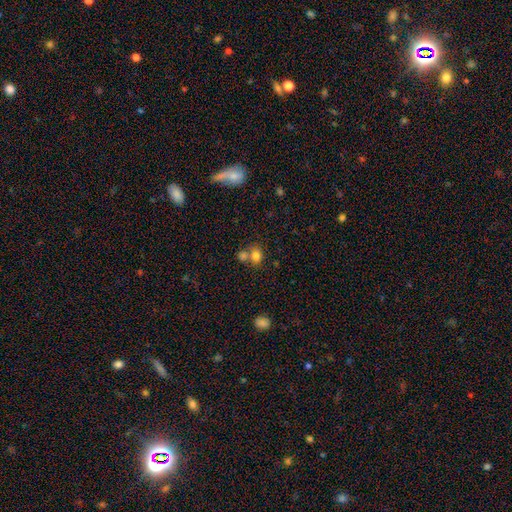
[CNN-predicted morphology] type=smooth (78%); roundness=round (58%); merging=none (44%).